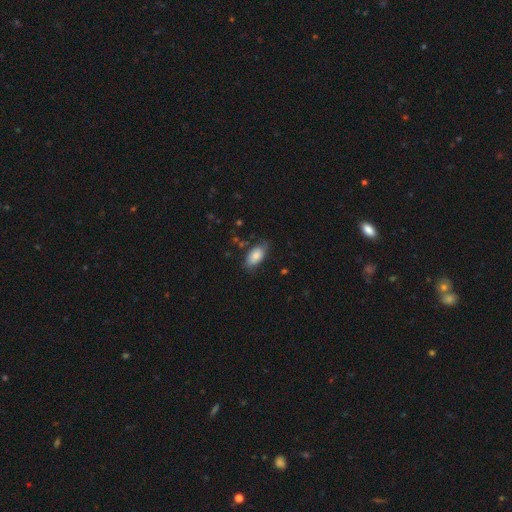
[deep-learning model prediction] Smooth or featured? smooth (78%)
How rounded? in between (93%)
Merging? none (69%)